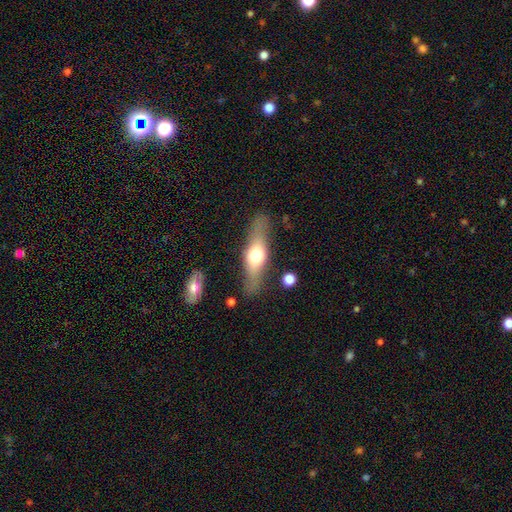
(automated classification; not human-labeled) A featured or disk galaxy (50%) viewed edge-on (79%).

Vote fractions:
- Smooth or featured? featured or disk: 50% / smooth: 44% / star or artifact: 6%
- Edge-on disk? yes: 79% / no: 21%
- Merging? none: 79% / minor disturbance: 14% / major disturbance: 5% / merger: 2%